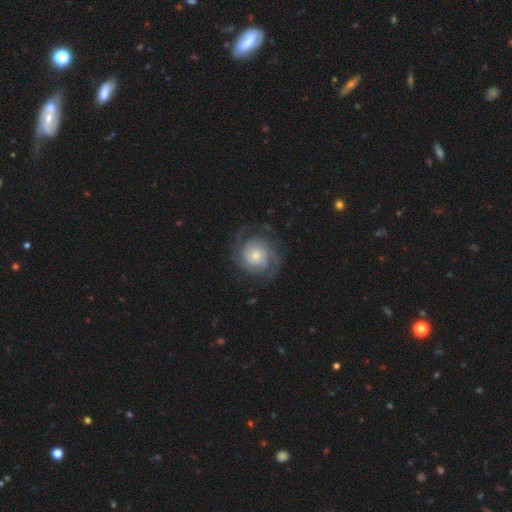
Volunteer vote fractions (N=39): featured or disk 79%, smooth 13%, star or artifact 8%. Down the decision tree: edge-on disk — no (97%); bar — no (80%); spiral arms — yes (97%); spiral arm count — 2 (66%); spiral winding — tight (41%, tied with medium); bulge size — moderate (47%); merging — none (56%).